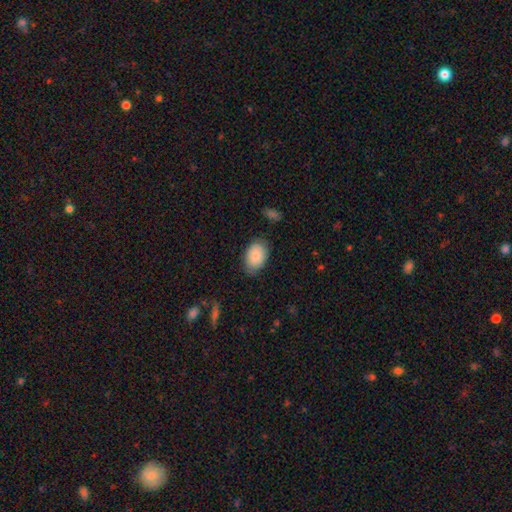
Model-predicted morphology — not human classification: Smooth or featured? Predicted: smooth (p=0.86). How rounded? Predicted: in between (p=0.88). Merging? Predicted: none (p=0.77).